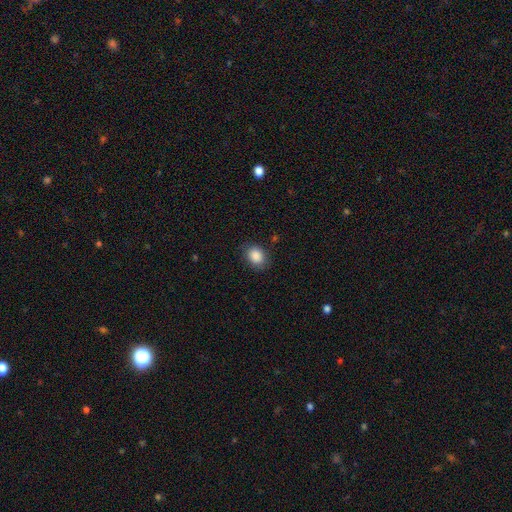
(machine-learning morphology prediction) Smooth or featured? smooth (88%)
How rounded? in between (58%)
Merging? none (82%)